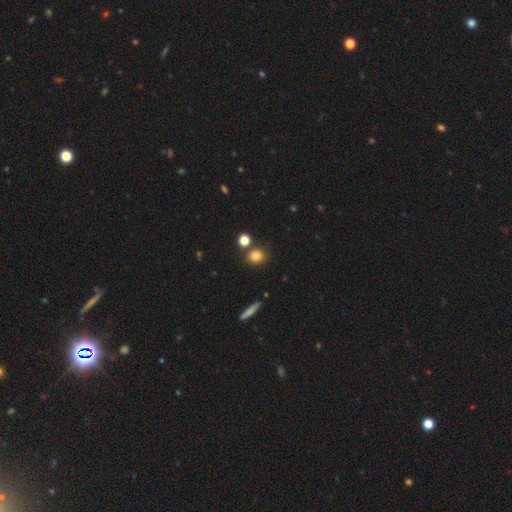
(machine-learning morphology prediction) Smooth or featured? smooth (82%)
How rounded? round (74%)
Merging? none (78%)